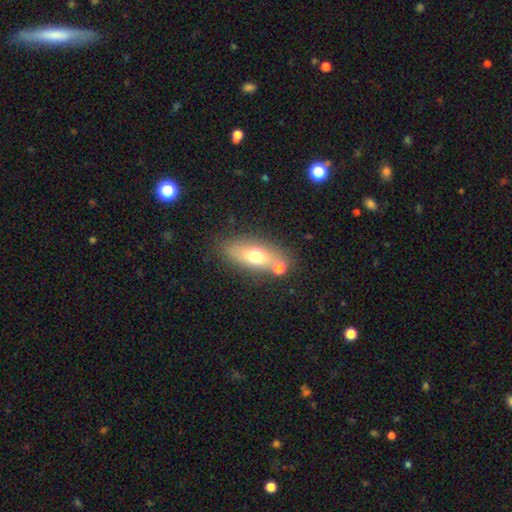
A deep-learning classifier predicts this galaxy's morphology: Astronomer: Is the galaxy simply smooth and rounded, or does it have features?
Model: smooth — 63%.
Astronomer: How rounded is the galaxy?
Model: in between — 71%.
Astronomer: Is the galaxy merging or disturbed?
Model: none — 68%.